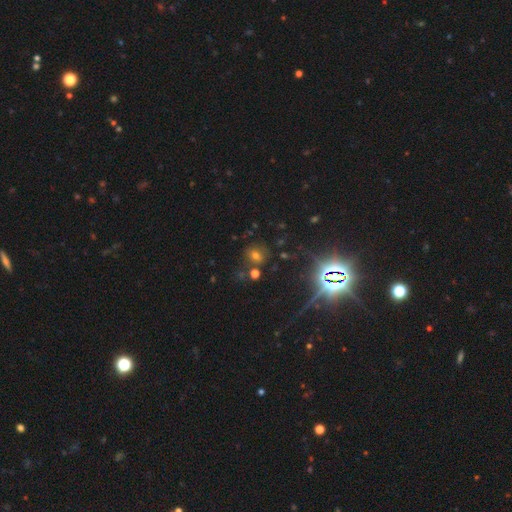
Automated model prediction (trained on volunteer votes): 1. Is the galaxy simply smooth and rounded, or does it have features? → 52% smooth, 35% star or artifact, 14% featured or disk.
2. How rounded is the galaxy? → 61% round, 37% in between, 2% cigar-shaped.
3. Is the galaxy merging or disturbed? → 74% none, 13% minor disturbance, 8% merger, 6% major disturbance.